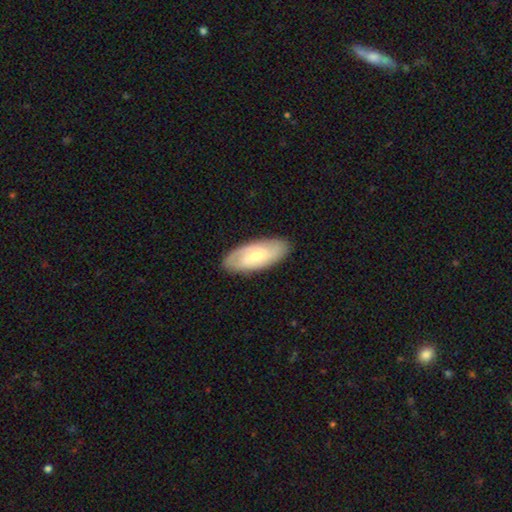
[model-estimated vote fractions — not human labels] Smooth or featured: featured or disk — 49% (smooth — 46%)
Merging: none — 85% (minor disturbance — 11%)